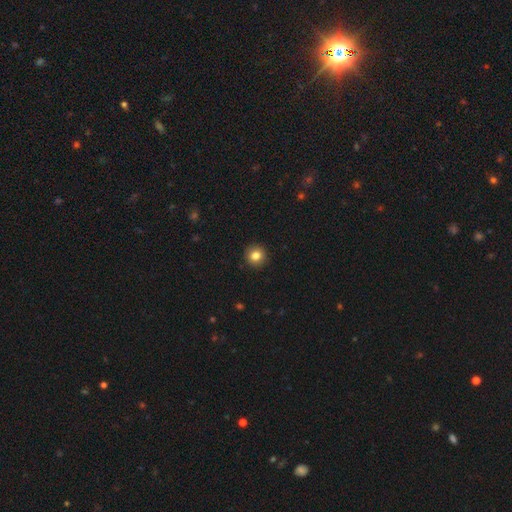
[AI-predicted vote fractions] This appears to be a smooth galaxy with no disk features (84%) that is round (93%). Merging: none (93%).